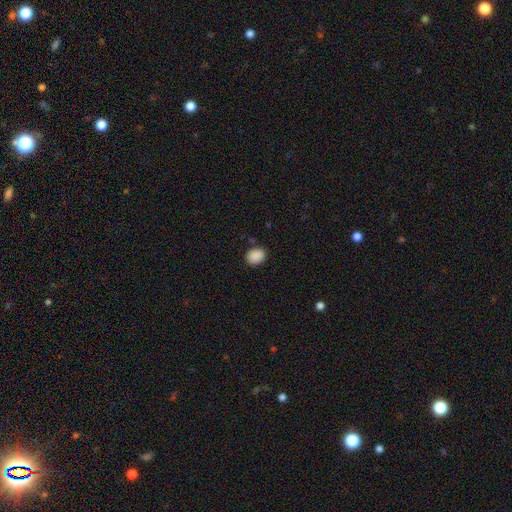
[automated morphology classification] This is clearly a smooth galaxy (89%). How rounded: possibly in between (53%). Merging: clearly none (85%).